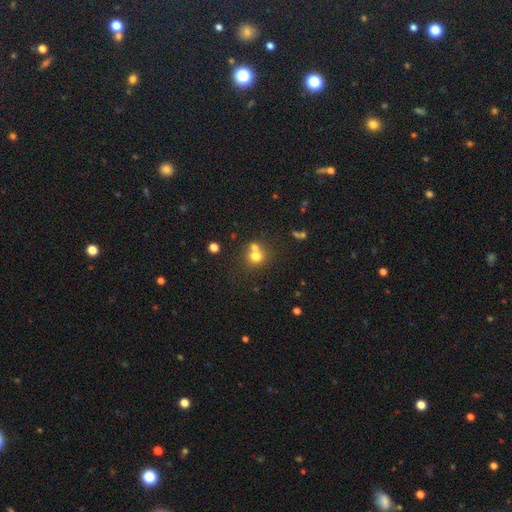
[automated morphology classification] A smooth galaxy with no disk features (72%) that is round (83%). Merging: none (46%).